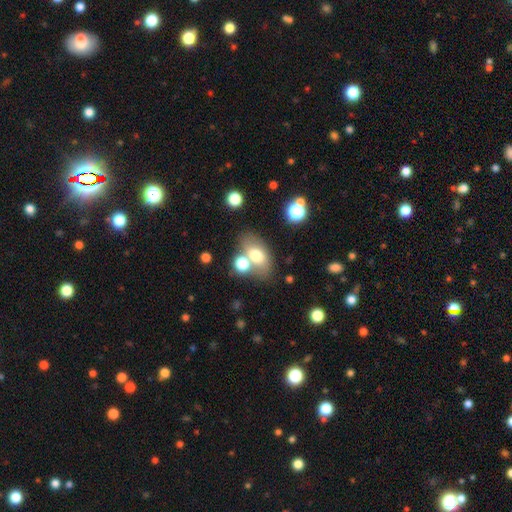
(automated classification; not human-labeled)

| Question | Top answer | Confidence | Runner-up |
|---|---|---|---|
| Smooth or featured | smooth | 69% | featured or disk (20%) |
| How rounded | in between | 80% | round (18%) |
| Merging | none | 57% | merger (25%) |